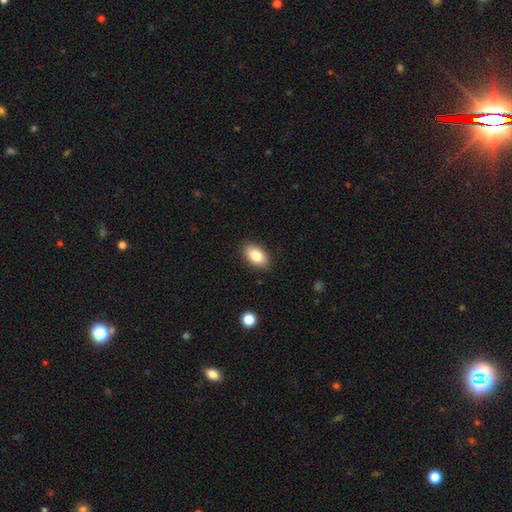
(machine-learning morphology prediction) Smooth or featured? smooth (85%)
How rounded? in between (93%)
Merging? none (88%)